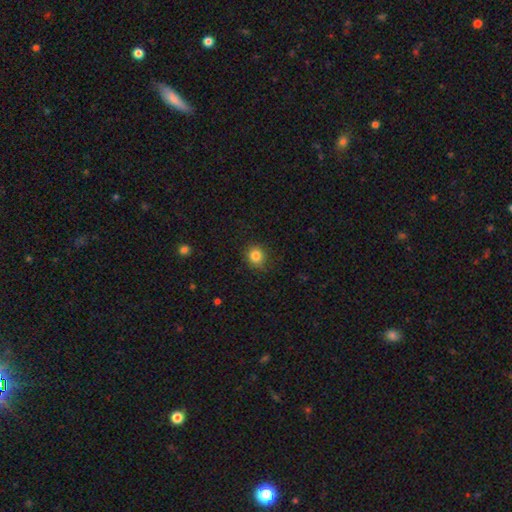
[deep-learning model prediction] Smooth or featured: smooth — 83% (star or artifact — 11%)
How rounded: round — 81% (in between — 18%)
Merging: none — 84% (minor disturbance — 12%)